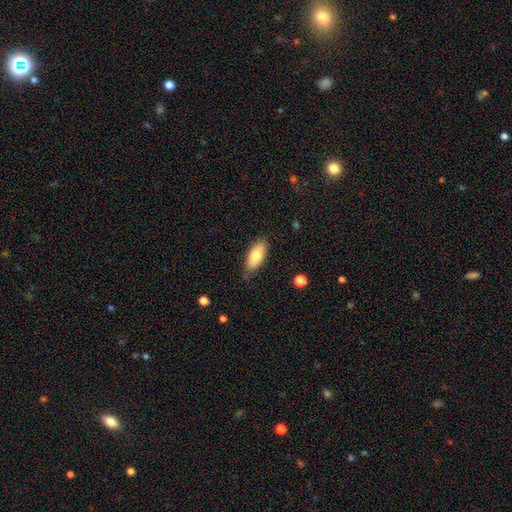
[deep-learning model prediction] Morphology: type=smooth (79%); roundness=in between (80%); merging=none (80%).